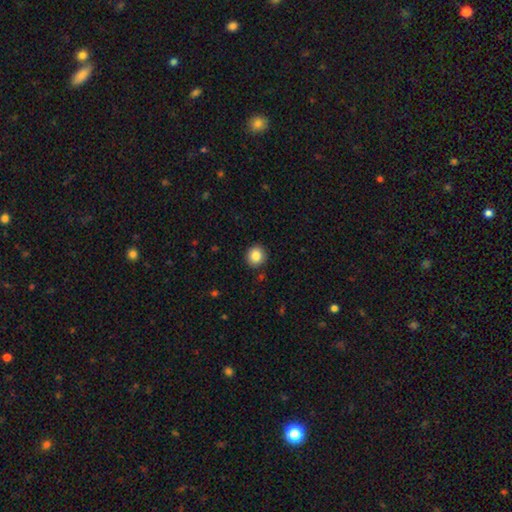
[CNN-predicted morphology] type=smooth (85%); roundness=round (90%); merging=none (90%).